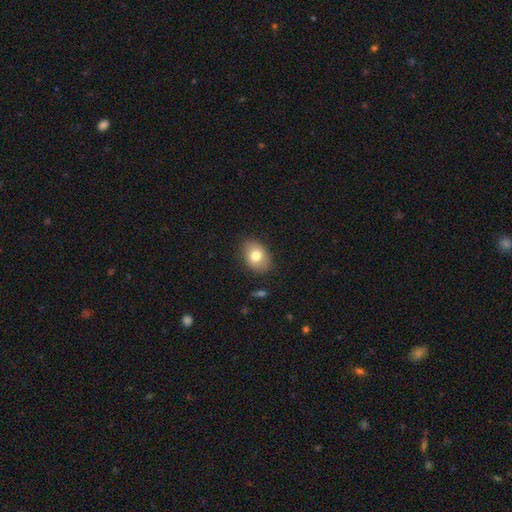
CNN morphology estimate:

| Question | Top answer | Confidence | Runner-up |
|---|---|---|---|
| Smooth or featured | smooth | 77% | featured or disk (15%) |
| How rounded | in between | 75% | round (24%) |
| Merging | none | 83% | minor disturbance (12%) |